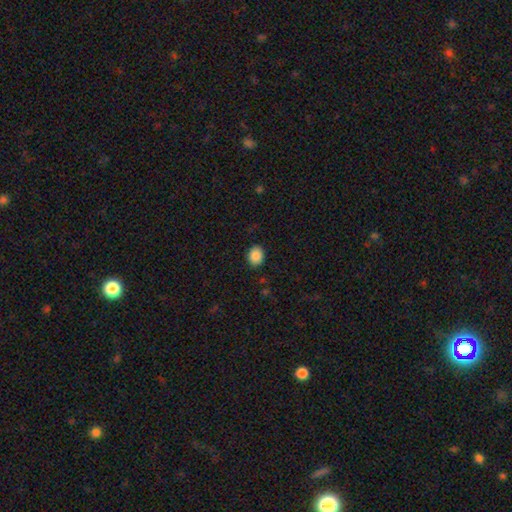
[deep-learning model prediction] Smooth or featured? smooth (88%)
How rounded? in between (51%)
Merging? none (89%)